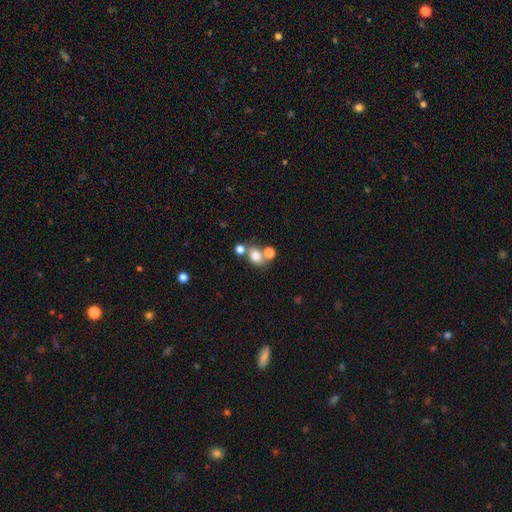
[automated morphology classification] type=smooth (75%); roundness=in between (58%); merging=none (50%).